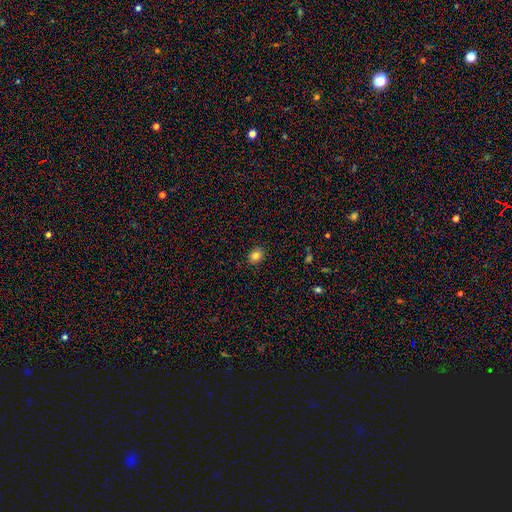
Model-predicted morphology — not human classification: smooth 82%, star or artifact 12%, featured or disk 6%. Down the decision tree: how rounded — round (54%); merging — none (88%).